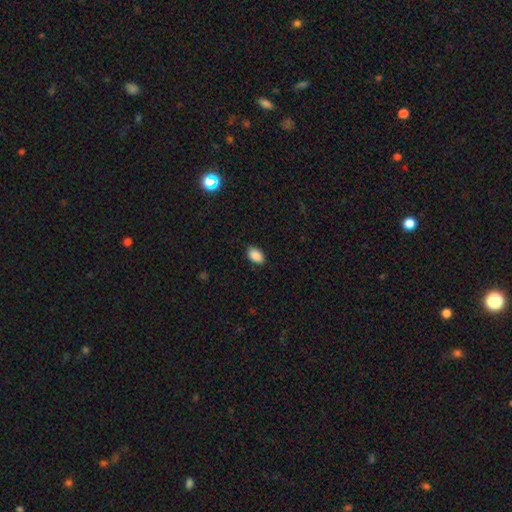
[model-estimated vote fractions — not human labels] This appears to be a smooth galaxy with no disk features (89%) that is in between round and cigar-shaped (89%). Merging: none (88%).